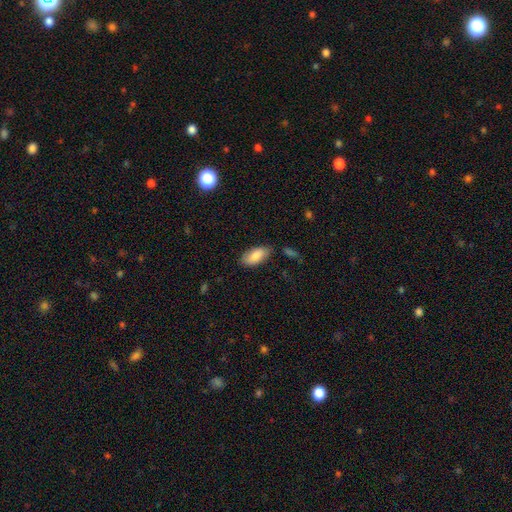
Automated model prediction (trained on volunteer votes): Smooth or featured?
  - smooth: 84% *
  - featured or disk: 10%
  - star or artifact: 6%
How rounded?
  - in between: 91% *
  - cigar-shaped: 6%
  - round: 2%
Merging?
  - none: 79% *
  - minor disturbance: 15%
  - major disturbance: 3%
  - merger: 3%